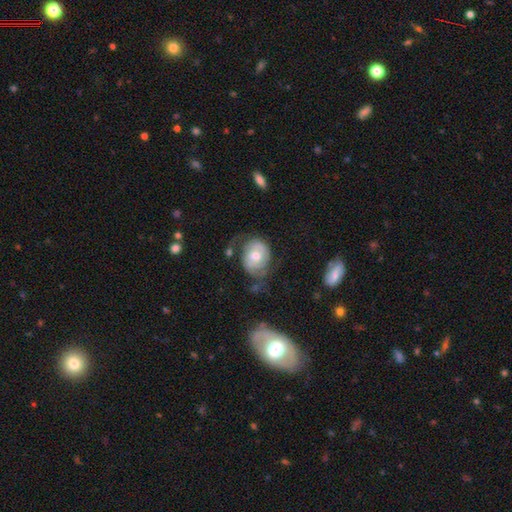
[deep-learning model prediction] Smooth or featured? featured or disk (65%)
Edge-on disk? no (96%)
Bar? no (67%)
Spiral arms? yes (83%)
Spiral winding? tight (40%)
Spiral arm count? 2 (71%)
Bulge size? moderate (65%)
Merging? none (46%)